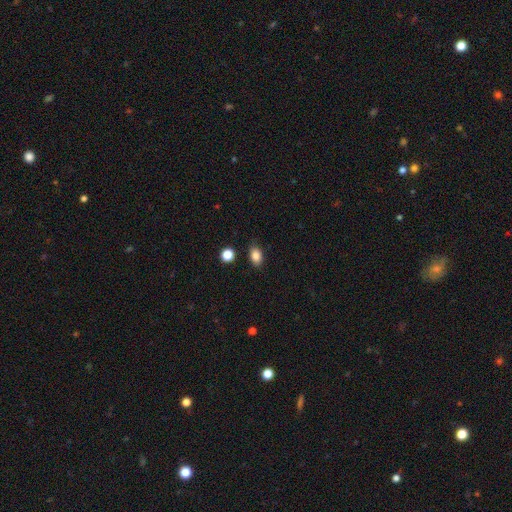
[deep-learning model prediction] smooth-or-featured: smooth: 85% | star or artifact: 10% | featured or disk: 6%
  how-rounded: in between: 81% | round: 18% | cigar-shaped: 2%
  merging: none: 83% | minor disturbance: 12% | major disturbance: 3% | merger: 3%